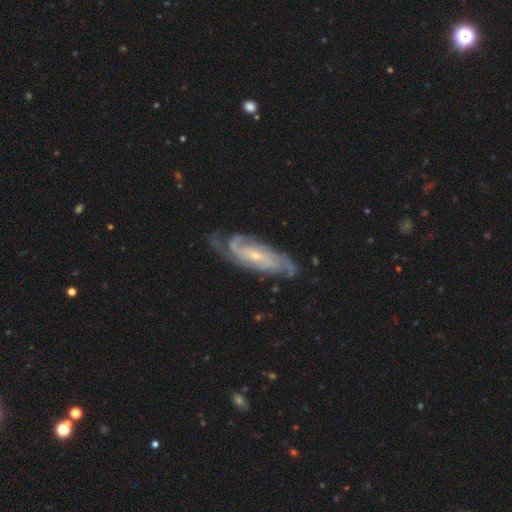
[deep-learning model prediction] The model was most divided on "spiral arm count": 2: 32%, 3: 24%, can't tell: 22%, 4: 11%, more than 4: 5%, 1: 5%. More confident: spiral arms — yes (97%); edge-on disk — no (91%); smooth or featured — featured or disk (89%); merging — none (74%); bulge size — small (69%); spiral winding — tight (60%); bar — no (57%).